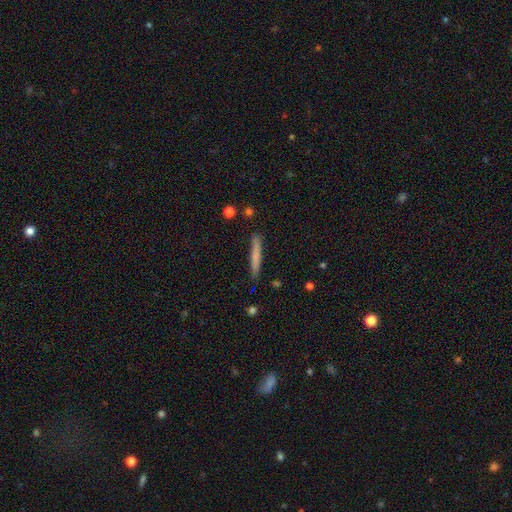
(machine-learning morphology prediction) Smooth or featured: smooth — 73% (featured or disk — 22%)
How rounded: cigar-shaped — 96% (in between — 3%)
Merging: none — 87% (minor disturbance — 10%)